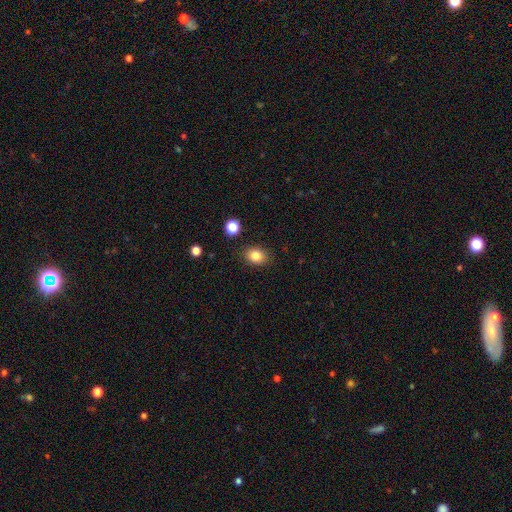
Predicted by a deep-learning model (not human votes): Smooth or featured?
  - smooth: 84% *
  - star or artifact: 10%
  - featured or disk: 6%
How rounded?
  - in between: 60% *
  - round: 39%
  - cigar-shaped: 1%
Merging?
  - none: 85% *
  - minor disturbance: 10%
  - major disturbance: 3%
  - merger: 2%